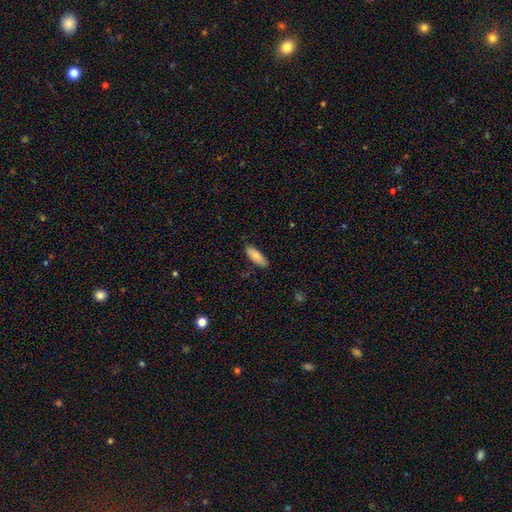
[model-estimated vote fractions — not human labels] Overall: smooth (83%). How rounded: in between (71%). Merging: none (82%).